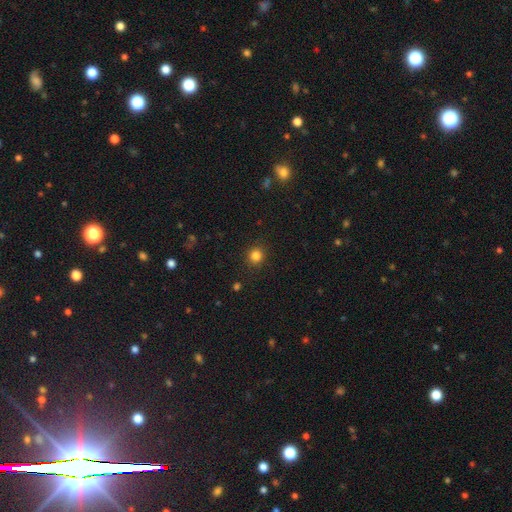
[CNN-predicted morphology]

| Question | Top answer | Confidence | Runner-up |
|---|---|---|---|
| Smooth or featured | smooth | 83% | star or artifact (13%) |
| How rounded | round | 91% | in between (8%) |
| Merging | none | 90% | minor disturbance (7%) |